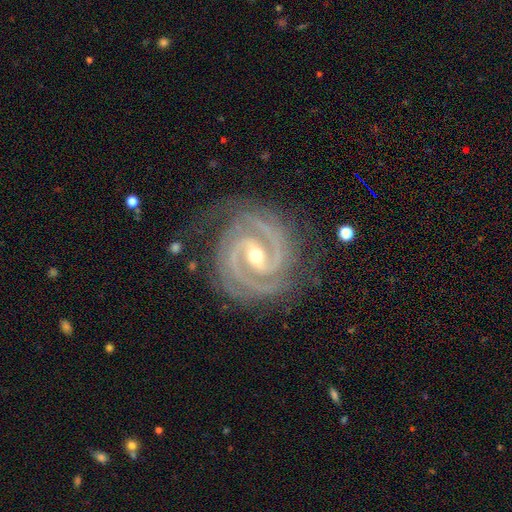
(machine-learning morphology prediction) A featured or disk galaxy (94%) with a strong bar (45%), 2 (78%) tight (67%) spiral arms (99%) and a moderate central bulge (52%).

Vote fractions:
- Smooth or featured? featured or disk: 94% / star or artifact: 4% / smooth: 2%
- Edge-on disk? no: 98% / yes: 2%
- Bar? strong: 45% / weak: 38% / no: 17%
- Spiral arms? yes: 99% / no: 1%
- Spiral winding? tight: 67% / medium: 30% / loose: 3%
- Spiral arm count? 2: 78% / 3: 12% / can't tell: 3% / 4: 3% / 1: 2% / more than 4: 2%
- Bulge size? moderate: 52% / small: 45% / large: 2% / none: 1% / dominant: 1%
- Merging? none: 77% / minor disturbance: 15% / major disturbance: 6% / merger: 1%